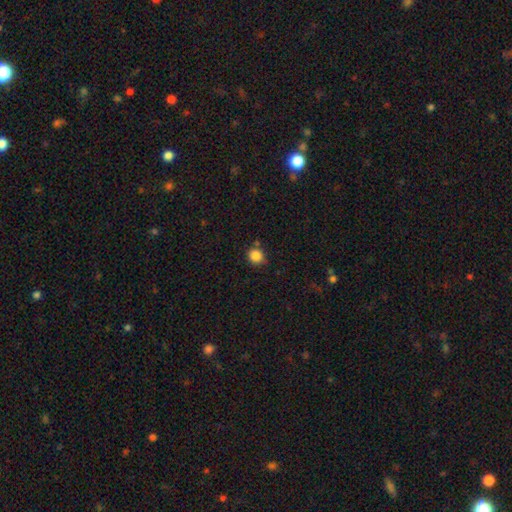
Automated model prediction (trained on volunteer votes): smooth-or-featured: smooth: 86% | star or artifact: 10% | featured or disk: 3%
  how-rounded: round: 85% | in between: 15% | cigar-shaped: 1%
  merging: none: 80% | minor disturbance: 11% | merger: 5% | major disturbance: 3%